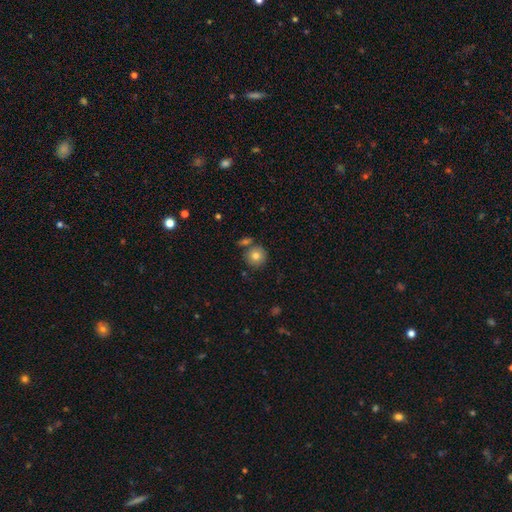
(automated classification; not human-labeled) Morphology: type=smooth (79%); roundness=round (92%); merging=none (72%).